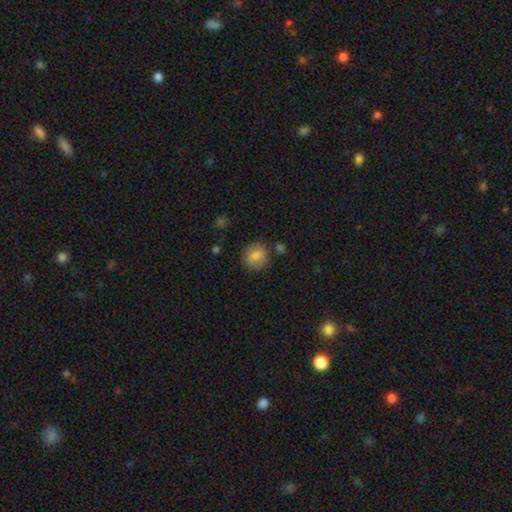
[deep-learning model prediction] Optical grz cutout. It shows a smooth galaxy with no disk features (82%) that is round (85%). Merging: none (82%).